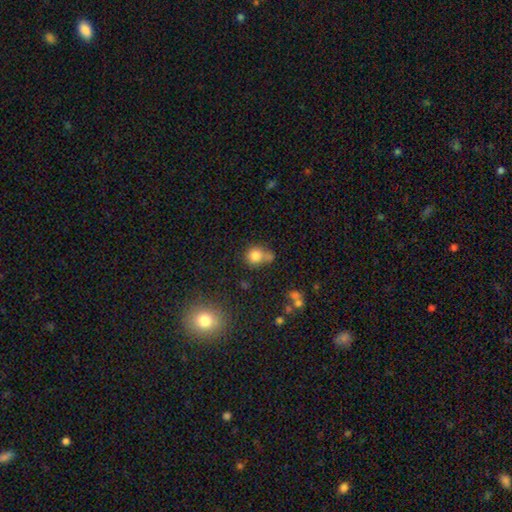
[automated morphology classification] This is likely a smooth galaxy (79%). How rounded: clearly round (82%). Merging: possibly none (51%).